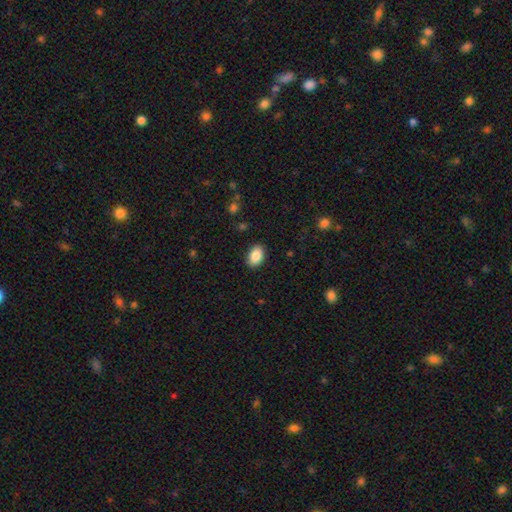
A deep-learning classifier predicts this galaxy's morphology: type=smooth (88%); roundness=in between (87%); merging=none (88%).